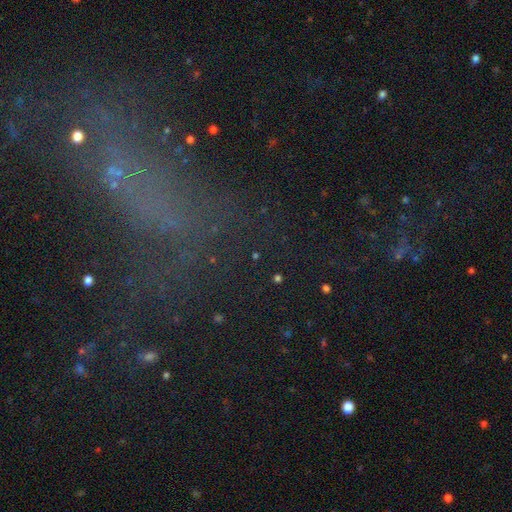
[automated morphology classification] type=star or artifact (66%).